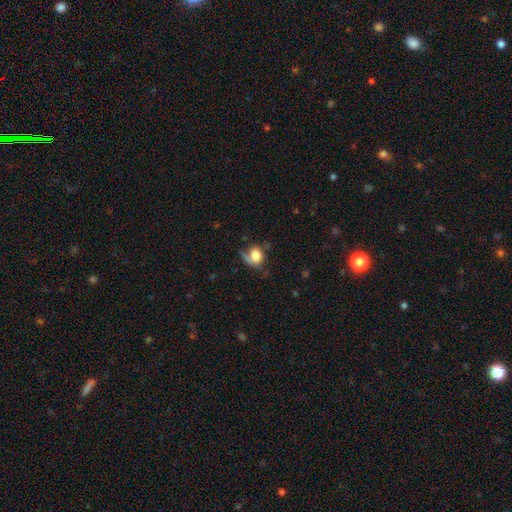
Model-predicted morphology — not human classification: A smooth galaxy with no disk features (69%) that is round (55%). Merging: none (38%).